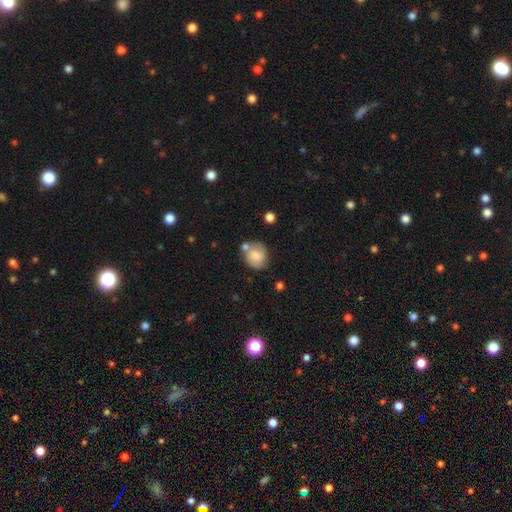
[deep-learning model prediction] Smooth or featured? Predicted: smooth (p=0.60). How rounded? Predicted: round (p=0.69). Merging? Predicted: none (p=0.55).